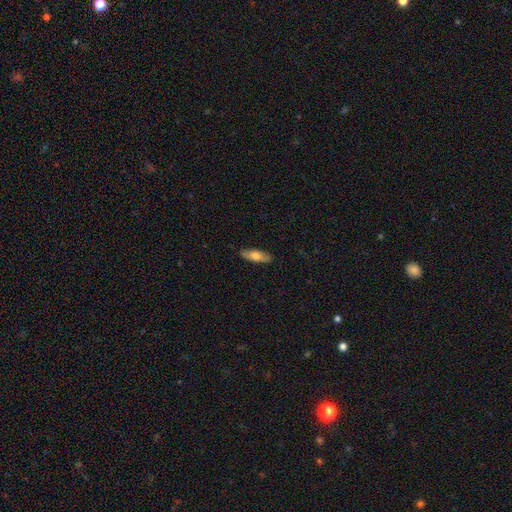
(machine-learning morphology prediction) The model was most divided on "how rounded": in between: 60%, cigar-shaped: 38%, round: 2%. More confident: merging — none (84%); smooth or featured — smooth (63%).